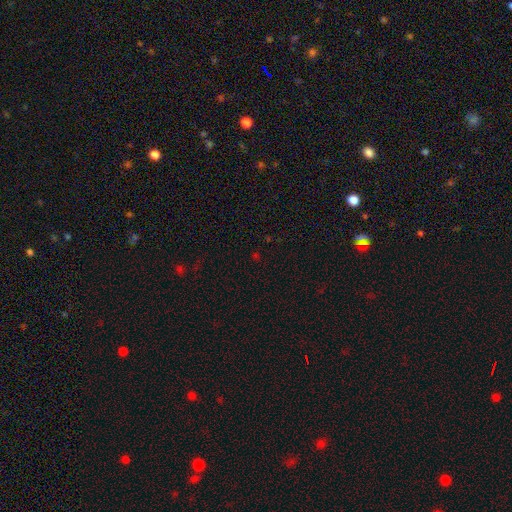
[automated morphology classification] Overall: star or artifact (61%; smooth 32%).